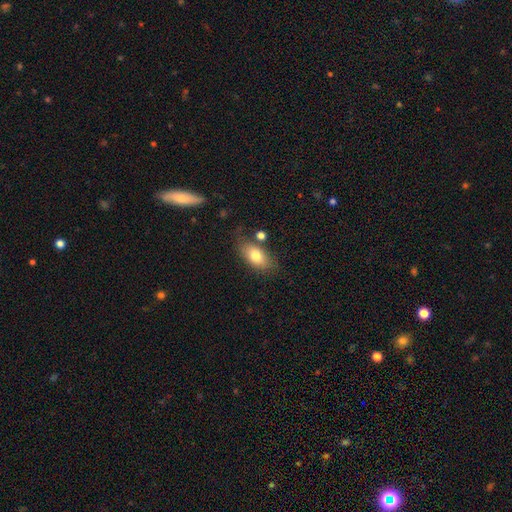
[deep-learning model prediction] Overall: smooth (78%). How rounded: in between (90%). Merging: none (68%).